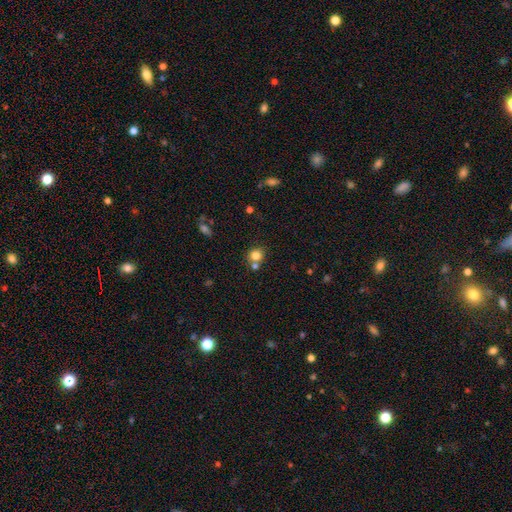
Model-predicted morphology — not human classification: type=smooth (80%); roundness=round (81%); merging=none (61%).